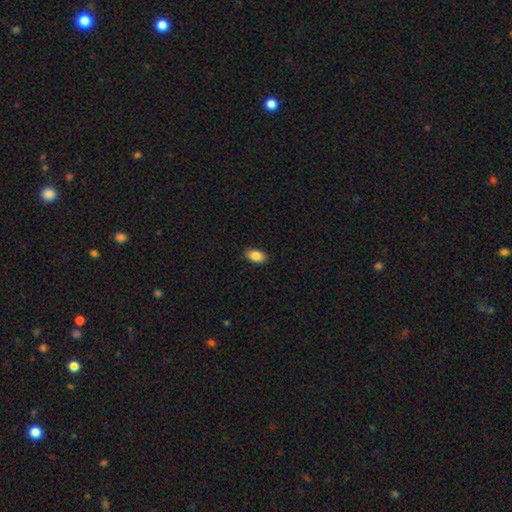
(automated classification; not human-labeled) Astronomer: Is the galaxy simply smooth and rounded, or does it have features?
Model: smooth — 87%.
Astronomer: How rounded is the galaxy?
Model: in between — 92%.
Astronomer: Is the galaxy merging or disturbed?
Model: none — 89%.